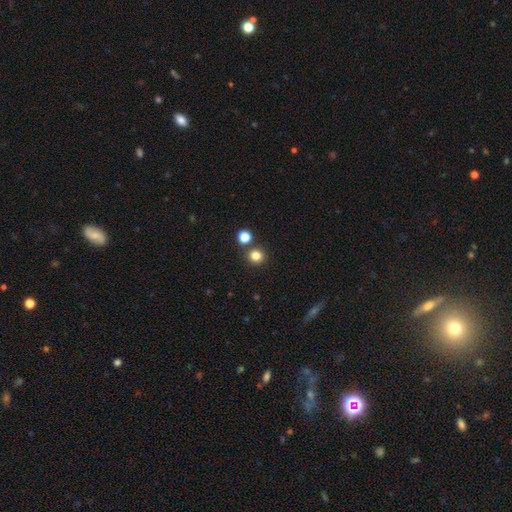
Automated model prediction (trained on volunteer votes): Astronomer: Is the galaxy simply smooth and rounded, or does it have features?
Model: smooth — 82%.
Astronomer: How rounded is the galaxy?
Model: round — 91%.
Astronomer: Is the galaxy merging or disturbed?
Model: none — 82%.